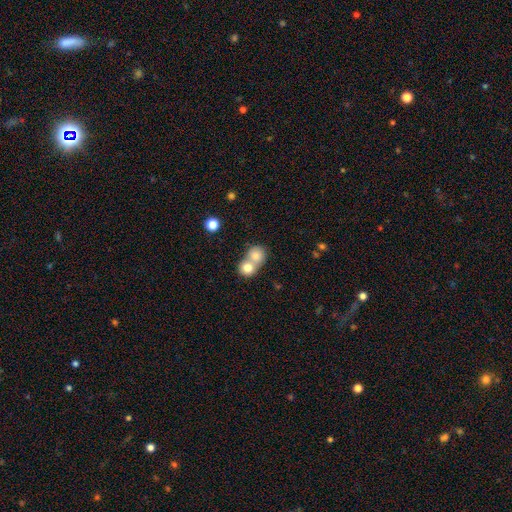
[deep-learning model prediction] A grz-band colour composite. It shows a smooth galaxy with no disk features (78%) that is round (79%). Merging: merger (65%).